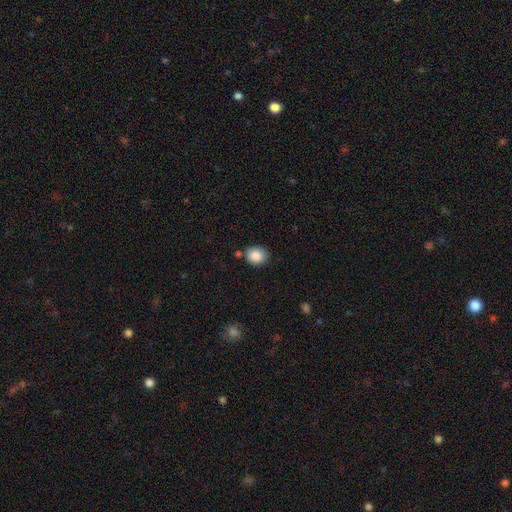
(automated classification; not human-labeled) A smooth galaxy with no disk features (86%) that is round (73%).

Vote fractions:
- Smooth or featured? smooth: 86% / star or artifact: 8% / featured or disk: 5%
- How rounded? round: 73% / in between: 26% / cigar-shaped: 1%
- Merging? none: 77% / minor disturbance: 14% / merger: 6% / major disturbance: 3%